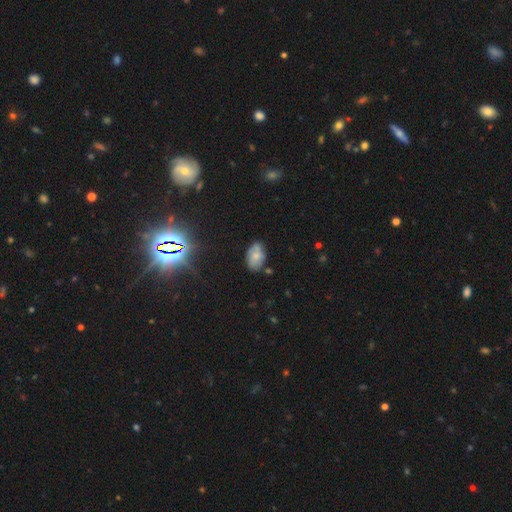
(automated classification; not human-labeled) Smooth or featured? Predicted: smooth (p=0.59). How rounded? Predicted: in between (p=0.88). Merging? Predicted: none (p=0.61).